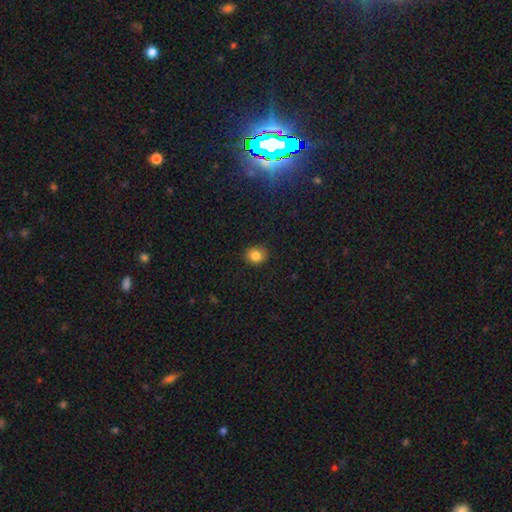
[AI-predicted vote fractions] A smooth galaxy with no disk features (83%) that is round (72%).

Vote fractions:
- Smooth or featured? smooth: 83% / star or artifact: 11% / featured or disk: 6%
- How rounded? round: 72% / in between: 27% / cigar-shaped: 1%
- Merging? none: 85% / minor disturbance: 11% / major disturbance: 2% / merger: 1%